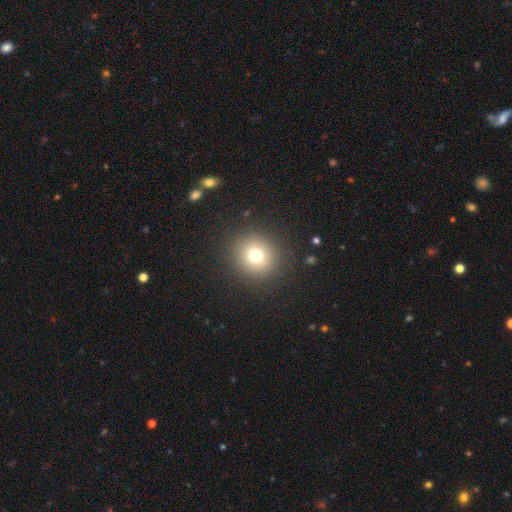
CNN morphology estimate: Smooth or featured?
  - smooth: 74% *
  - star or artifact: 15%
  - featured or disk: 11%
How rounded?
  - round: 91% *
  - in between: 8%
  - cigar-shaped: 1%
Merging?
  - none: 89% *
  - minor disturbance: 6%
  - major disturbance: 3%
  - merger: 1%